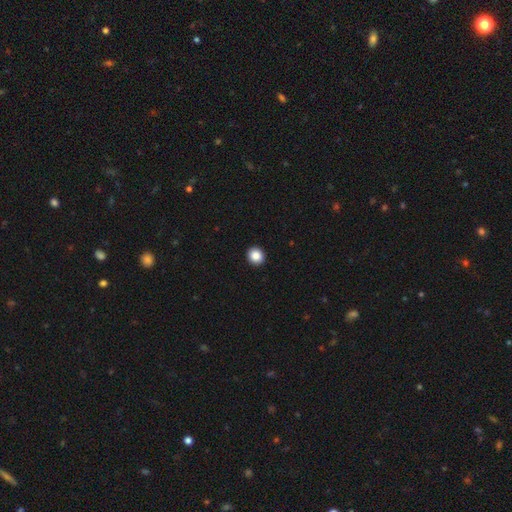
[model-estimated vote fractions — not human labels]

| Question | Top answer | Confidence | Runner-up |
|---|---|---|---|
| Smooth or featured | smooth | 88% | star or artifact (9%) |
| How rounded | round | 85% | in between (14%) |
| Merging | none | 93% | minor disturbance (4%) |